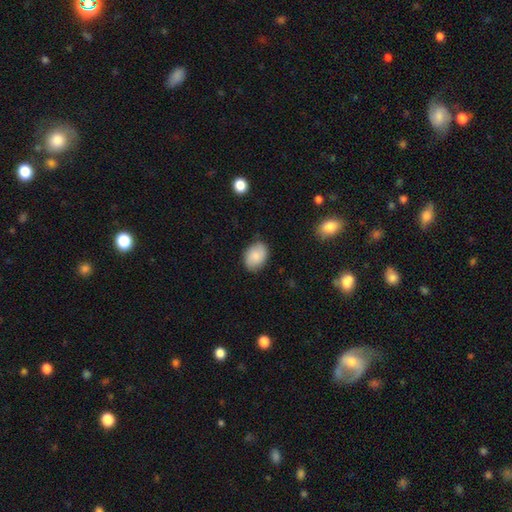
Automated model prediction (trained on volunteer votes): Q: Smooth or featured?
A: smooth (80%); runner-up: featured or disk (13%)
Q: How rounded?
A: in between (75%); runner-up: round (24%)
Q: Merging?
A: none (80%); runner-up: minor disturbance (16%)